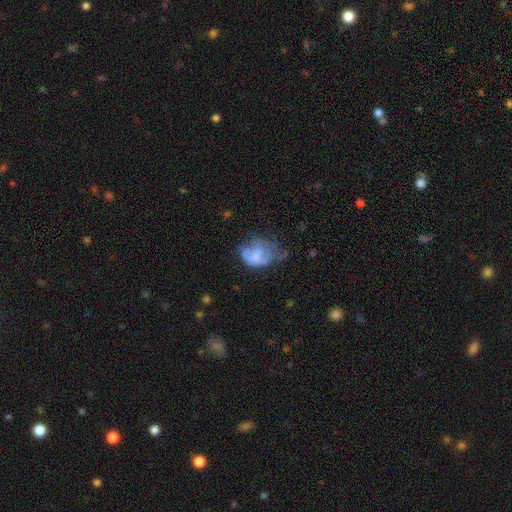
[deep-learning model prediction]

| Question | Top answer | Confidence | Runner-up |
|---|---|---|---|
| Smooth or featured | smooth | 51% | featured or disk (39%) |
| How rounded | in between | 64% | round (35%) |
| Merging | major disturbance | 41% | minor disturbance (30%) |